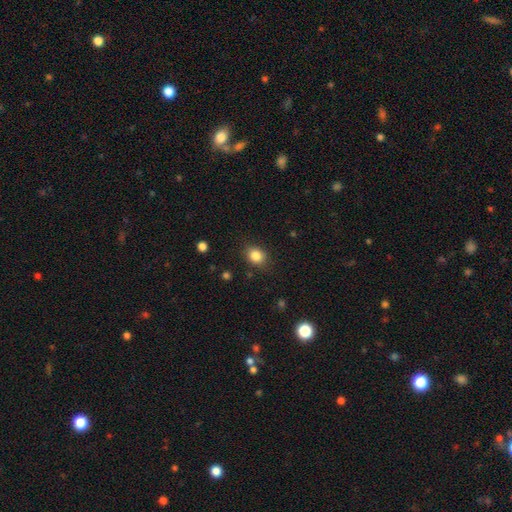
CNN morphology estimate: Overall: smooth (84%). How rounded: round (55%; in between 44%). Merging: none (83%).